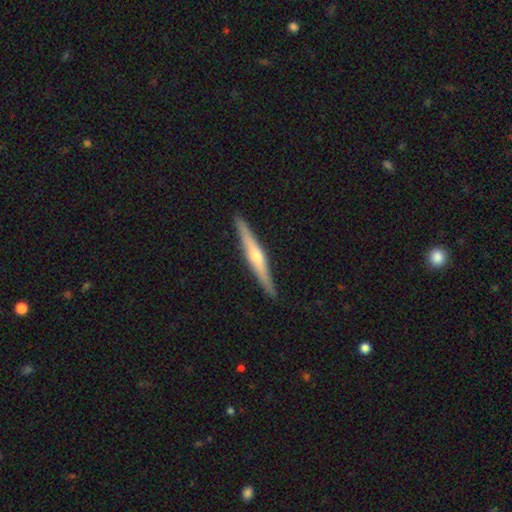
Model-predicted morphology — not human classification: Smooth or featured?
  - featured or disk: 66% *
  - smooth: 29%
  - star or artifact: 5%
Edge-on disk?
  - yes: 97% *
  - no: 3%
Edge-on bulge?
  - rounded: 84% *
  - none: 10%
  - boxy: 6%
Merging?
  - none: 91% *
  - minor disturbance: 7%
  - major disturbance: 1%
  - merger: 1%